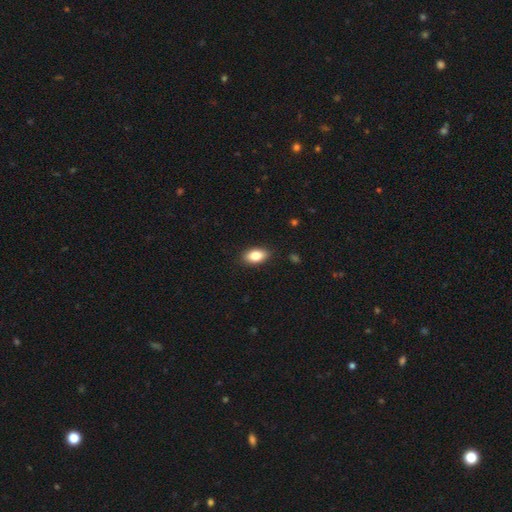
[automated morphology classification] A smooth galaxy with no disk features (83%) that is in between round and cigar-shaped (90%). Merging: none (88%).